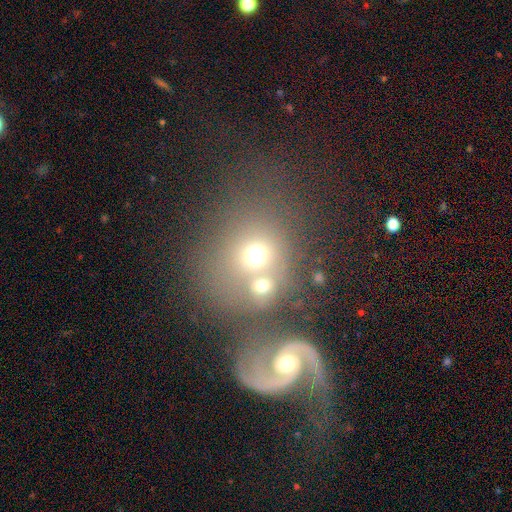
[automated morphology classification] Overall: smooth (57%; featured or disk 29%). How rounded: round (69%; in between 30%). Merging: merger (53%; none 30%).